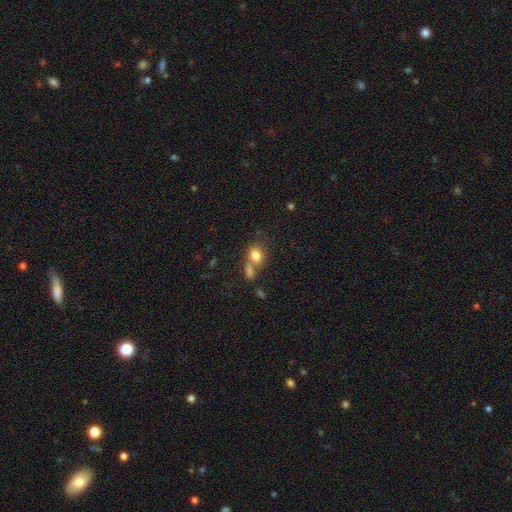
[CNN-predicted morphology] Smooth or featured: smooth — 80% (star or artifact — 11%)
How rounded: round — 59% (in between — 40%)
Merging: none — 43% (merger — 40%)